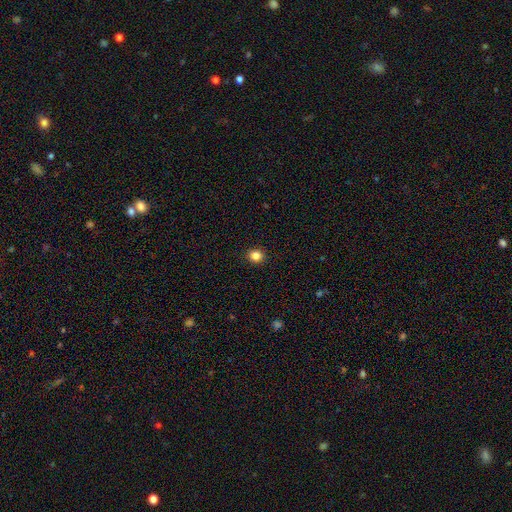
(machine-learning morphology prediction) The model was most divided on "how rounded": round: 83%, in between: 16%, cigar-shaped: 1%. More confident: merging — none (92%); smooth or featured — smooth (85%).